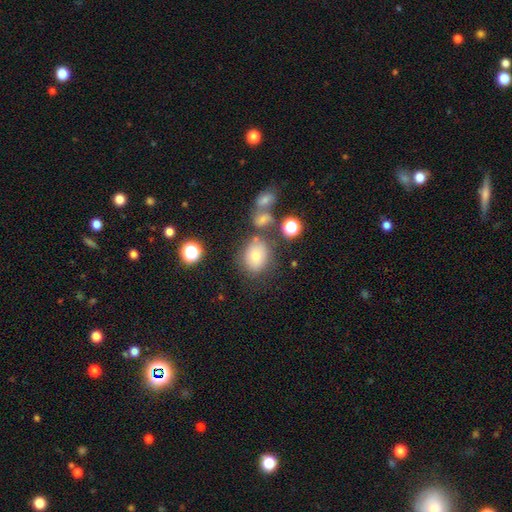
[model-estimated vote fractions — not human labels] This appears to be a smooth galaxy with no disk features (69%) that is round (53%). Merging: none (68%).